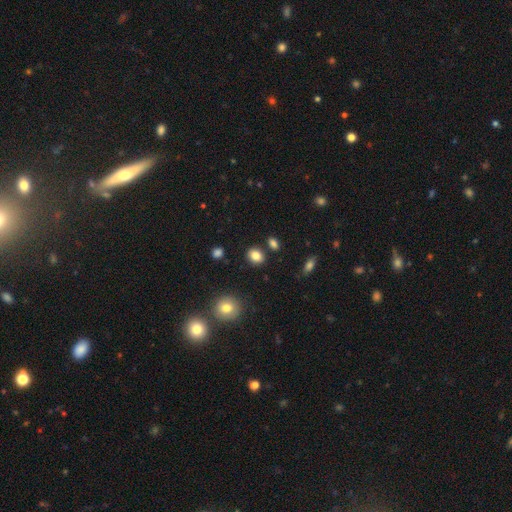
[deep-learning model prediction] A smooth galaxy with no disk features (84%) that is in between round and cigar-shaped (54%). Merging: none (84%).